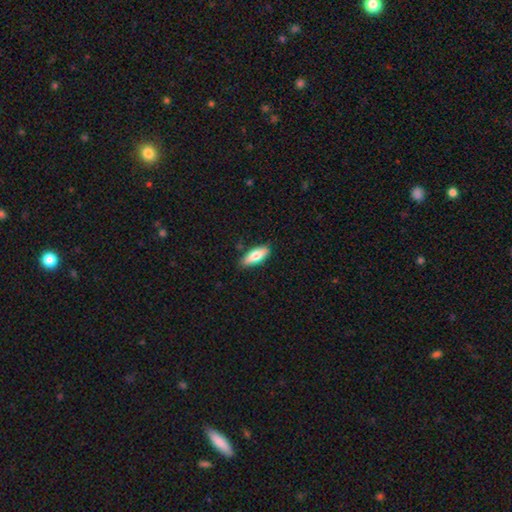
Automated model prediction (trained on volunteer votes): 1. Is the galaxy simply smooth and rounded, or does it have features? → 75% smooth, 19% featured or disk, 6% star or artifact.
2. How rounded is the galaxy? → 72% in between, 26% cigar-shaped, 2% round.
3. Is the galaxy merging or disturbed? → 84% none, 12% minor disturbance, 2% major disturbance, 2% merger.